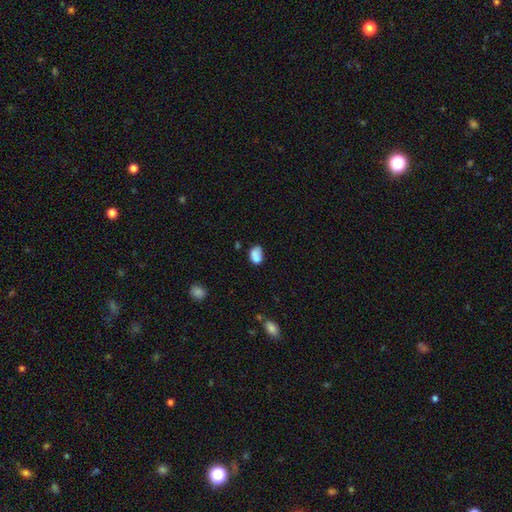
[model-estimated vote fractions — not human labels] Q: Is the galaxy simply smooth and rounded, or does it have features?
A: smooth — 80%.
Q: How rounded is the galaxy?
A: in between — 78%.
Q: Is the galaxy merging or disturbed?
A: none — 51%.